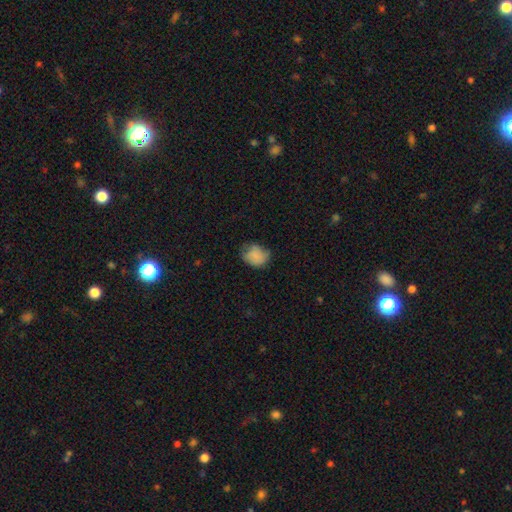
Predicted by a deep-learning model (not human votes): smooth_or_featured: smooth (p=0.80) [alt: featured or disk p=0.11]
how_rounded: round (p=0.53) [alt: in between p=0.46]
merging: none (p=0.54) [alt: minor disturbance p=0.33]